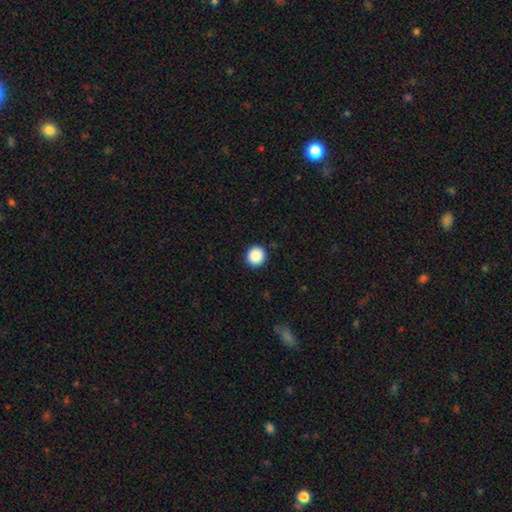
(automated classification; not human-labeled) Overall: smooth (89%). How rounded: round (94%). Merging: none (92%).